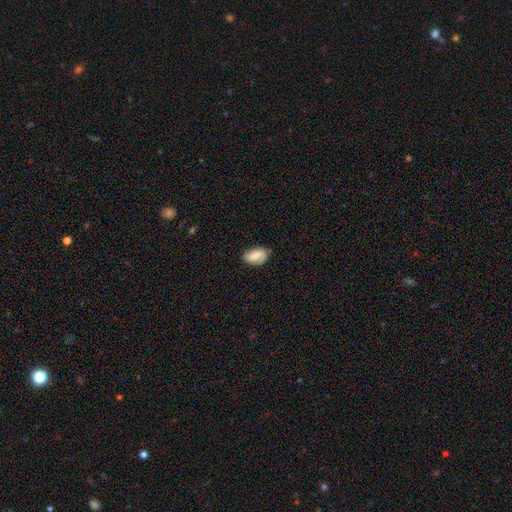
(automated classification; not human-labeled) This appears to be a smooth galaxy with no disk features (66%) that is in between round and cigar-shaped (89%). Merging: none (70%).